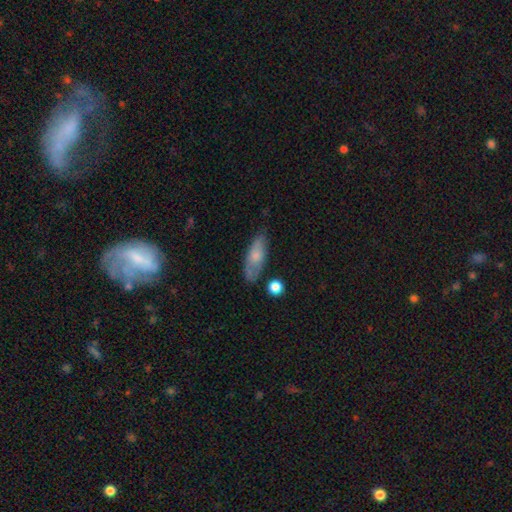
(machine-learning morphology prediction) smooth_or_featured: smooth (p=0.65) [alt: featured or disk p=0.28]
how_rounded: in between (p=0.70) [alt: cigar-shaped p=0.27]
merging: none (p=0.70) [alt: minor disturbance p=0.21]